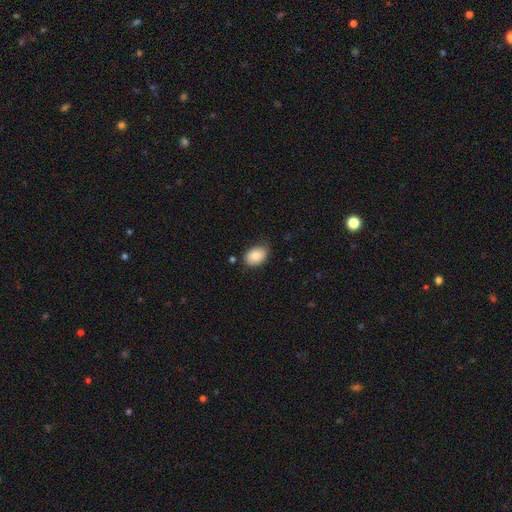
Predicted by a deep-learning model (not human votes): A smooth galaxy with no disk features (84%) that is in between round and cigar-shaped (81%).

Vote fractions:
- Smooth or featured? smooth: 84% / featured or disk: 9% / star or artifact: 7%
- How rounded? in between: 81% / round: 18% / cigar-shaped: 1%
- Merging? none: 79% / minor disturbance: 16% / major disturbance: 3% / merger: 2%